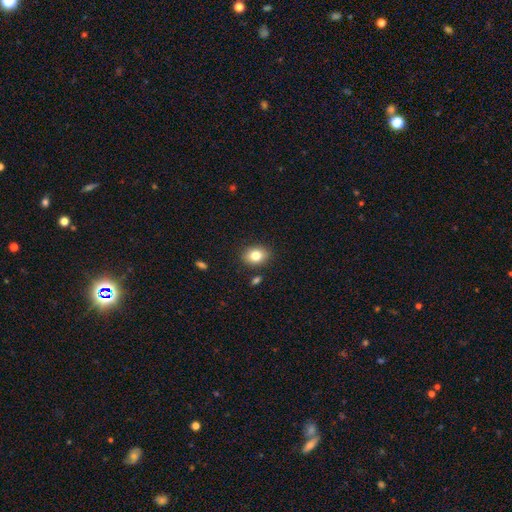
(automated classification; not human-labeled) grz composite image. It shows a smooth galaxy with no disk features (82%) that is in between round and cigar-shaped (63%). Merging: none (85%).